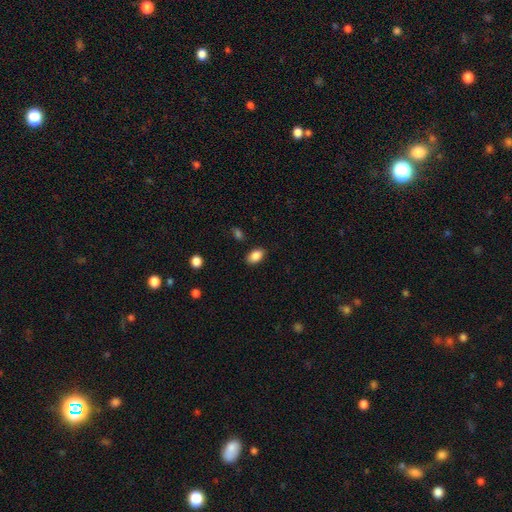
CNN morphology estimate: smooth 86%, star or artifact 8%, featured or disk 5%. Down the decision tree: how rounded — in between (88%); merging — none (84%).